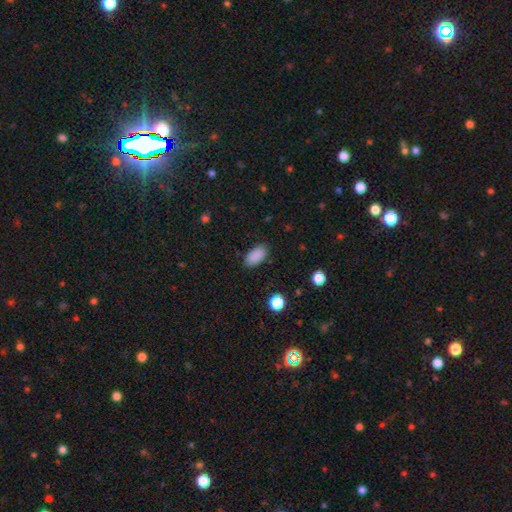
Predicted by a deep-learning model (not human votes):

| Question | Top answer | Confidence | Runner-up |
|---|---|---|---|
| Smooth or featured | smooth | 88% | star or artifact (8%) |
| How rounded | in between | 93% | round (4%) |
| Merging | none | 86% | minor disturbance (10%) |